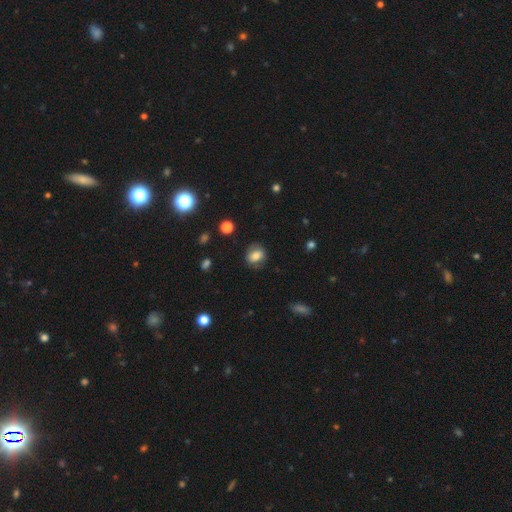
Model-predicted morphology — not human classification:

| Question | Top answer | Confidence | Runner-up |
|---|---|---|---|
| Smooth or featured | smooth | 73% | featured or disk (18%) |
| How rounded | round | 50% | in between (48%) |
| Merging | none | 75% | minor disturbance (17%) |